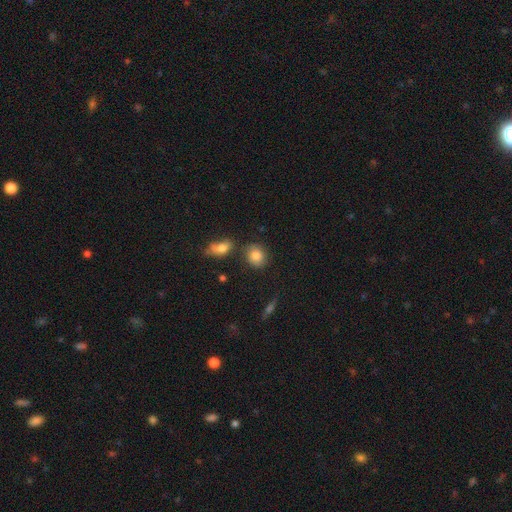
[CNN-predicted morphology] A smooth galaxy with no disk features (83%) that is round (69%). Merging: none (73%).